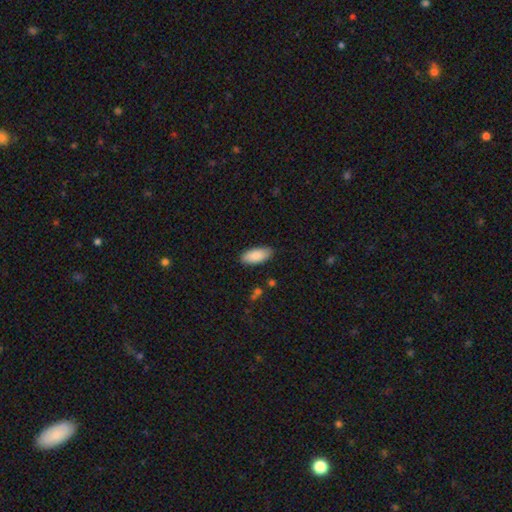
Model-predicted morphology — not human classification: The model was most divided on "merging": none: 86%, minor disturbance: 11%, major disturbance: 2%, merger: 1%. More confident: smooth or featured — smooth (89%); how rounded — in between (88%).